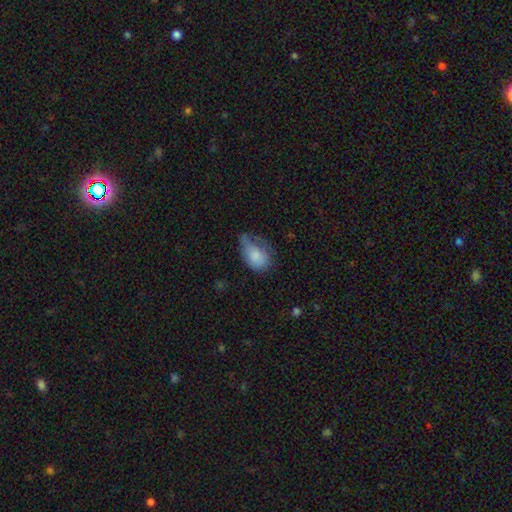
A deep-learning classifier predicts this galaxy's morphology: type=smooth (76%); roundness=in between (81%); merging=major disturbance (37%).